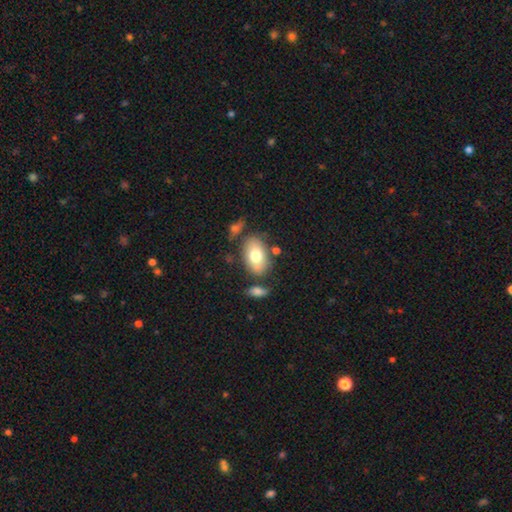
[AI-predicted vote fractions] The model was most divided on "smooth or featured": smooth: 72%, featured or disk: 21%, star or artifact: 7%. More confident: how rounded — in between (89%); merging — none (72%).